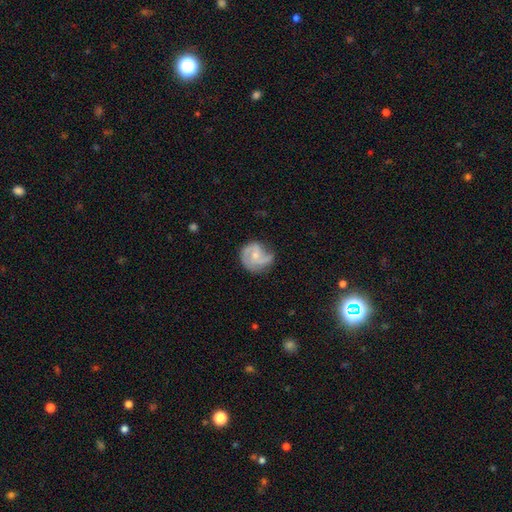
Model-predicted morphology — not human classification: featured or disk 74%, smooth 20%, star or artifact 6%. Down the decision tree: edge-on disk — no (98%); bar — no (63%); spiral arms — yes (93%); spiral arm count — 2 (59%); spiral winding — medium (47%); bulge size — small (60%); merging — none (59%).